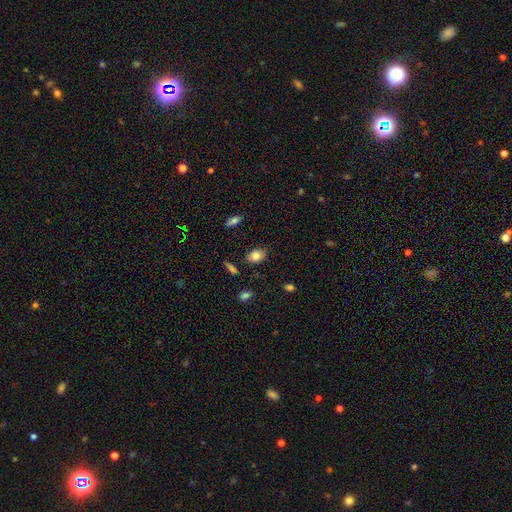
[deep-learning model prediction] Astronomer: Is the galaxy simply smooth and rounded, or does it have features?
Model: smooth — 82%.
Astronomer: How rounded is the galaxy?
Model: in between — 76%.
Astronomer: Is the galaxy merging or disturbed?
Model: none — 82%.